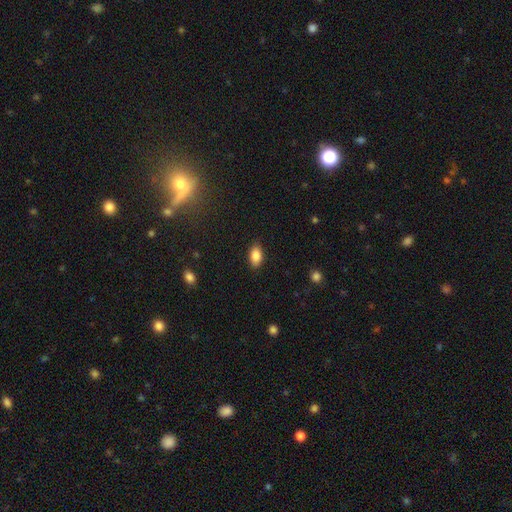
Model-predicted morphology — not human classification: This is clearly a smooth galaxy (87%). How rounded: clearly in between (90%). Merging: clearly none (87%).